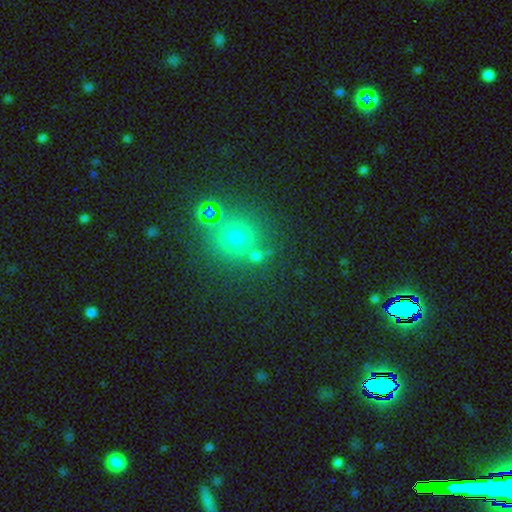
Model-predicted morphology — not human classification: A smooth galaxy with no disk features (60%) that is round (88%). Merging: none (72%).